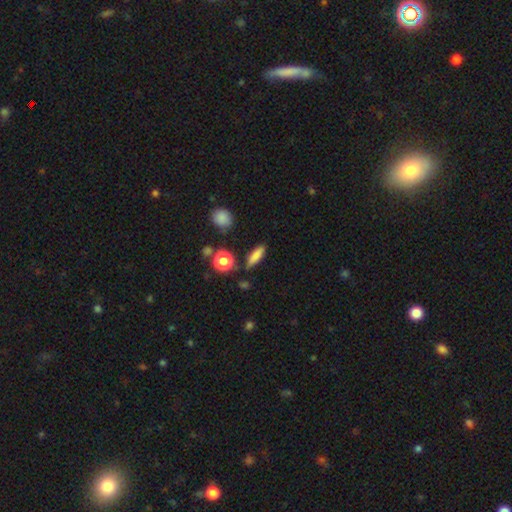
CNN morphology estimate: The model was most divided on "how rounded": cigar-shaped: 57%, in between: 35%, round: 8%. More confident: merging — none (80%); smooth or featured — smooth (79%).